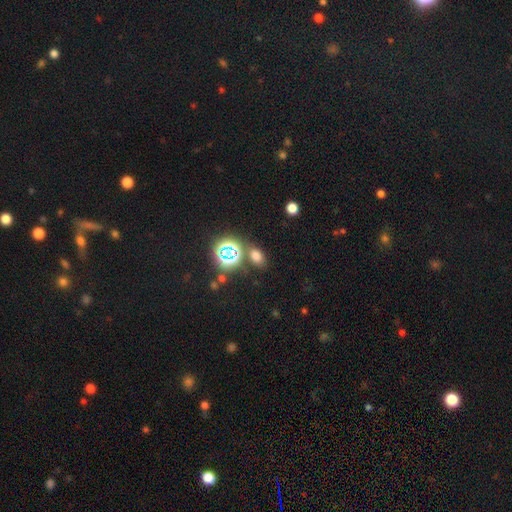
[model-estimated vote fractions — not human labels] This is likely a smooth galaxy (64%). How rounded: likely in between (75%). Merging: likely none (75%).